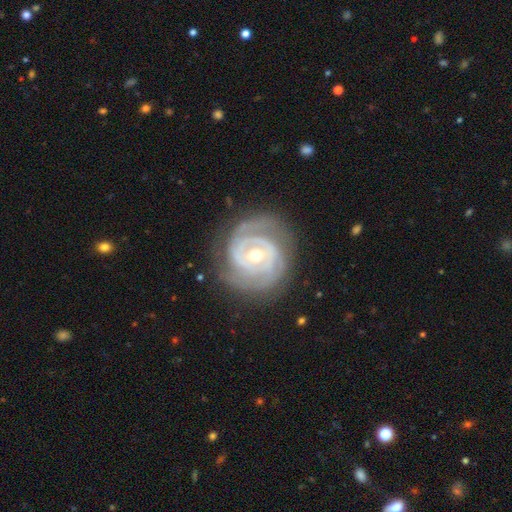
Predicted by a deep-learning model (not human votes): smooth_or_featured: featured or disk (p=0.87) [alt: smooth p=0.08]
disk_edge_on: no (p=0.97) [alt: yes p=0.03]
bar: no (p=0.52) [alt: weak p=0.35]
has_spiral_arms: yes (p=0.93) [alt: no p=0.07]
spiral_winding: tight (p=0.73) [alt: medium p=0.22]
spiral_arm_count: 2 (p=0.37) [alt: can't tell p=0.25]
bulge_size: moderate (p=0.51) [alt: small p=0.45]
merging: none (p=0.74) [alt: minor disturbance p=0.17]